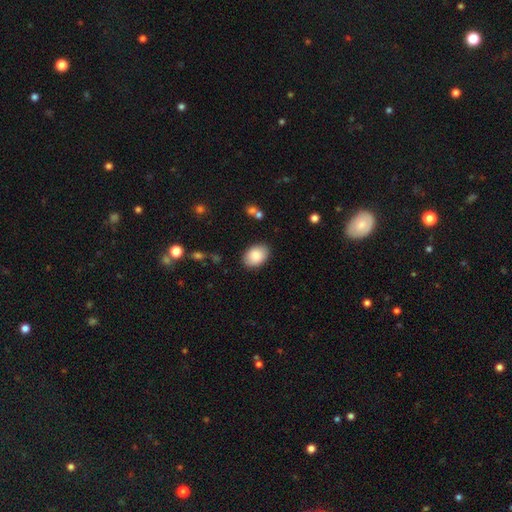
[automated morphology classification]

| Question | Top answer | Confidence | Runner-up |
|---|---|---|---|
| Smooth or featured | smooth | 87% | featured or disk (7%) |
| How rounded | in between | 84% | round (15%) |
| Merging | none | 88% | minor disturbance (9%) |